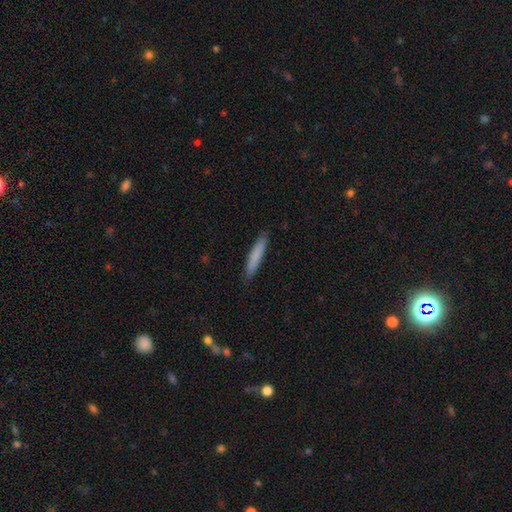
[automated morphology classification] This is likely a smooth galaxy (79%). How rounded: clearly cigar-shaped (93%). Merging: clearly none (89%).